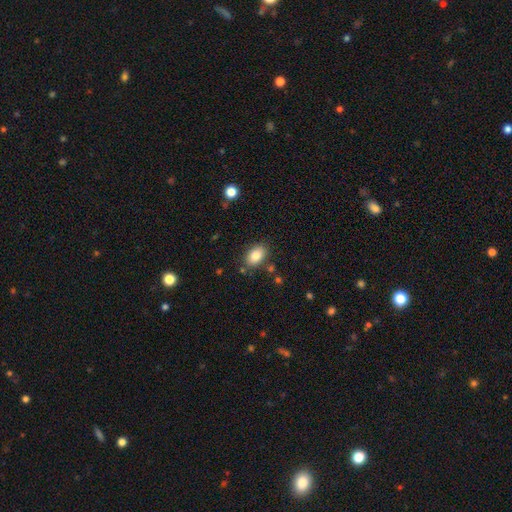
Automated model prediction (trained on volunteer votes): smooth 83%, featured or disk 9%, star or artifact 8%. Down the decision tree: how rounded — in between (86%); merging — none (82%).